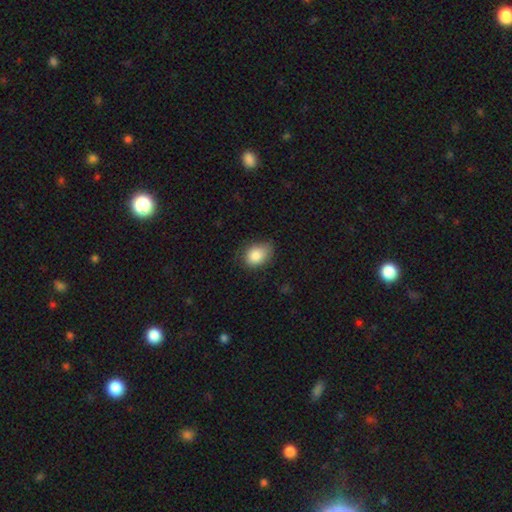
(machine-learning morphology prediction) A smooth galaxy with no disk features (85%) that is in between round and cigar-shaped (68%). Merging: none (64%).